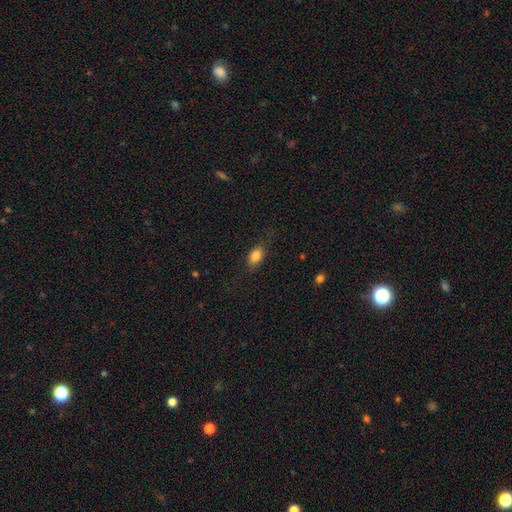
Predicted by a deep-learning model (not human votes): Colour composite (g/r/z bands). It shows a smooth galaxy with no disk features (82%) that is in between round and cigar-shaped (86%). Merging: none (79%).